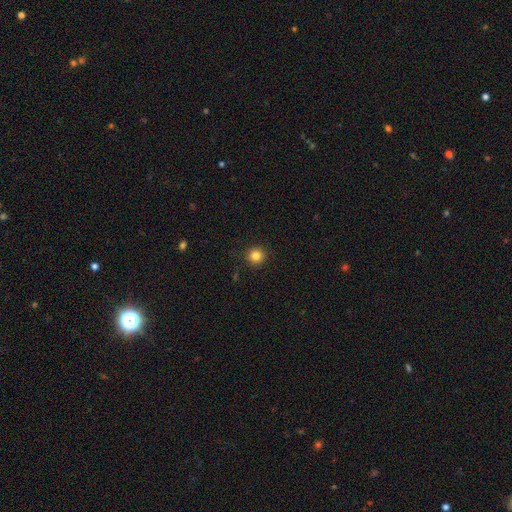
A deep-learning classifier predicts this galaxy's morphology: type=smooth (83%); roundness=round (94%); merging=none (92%).